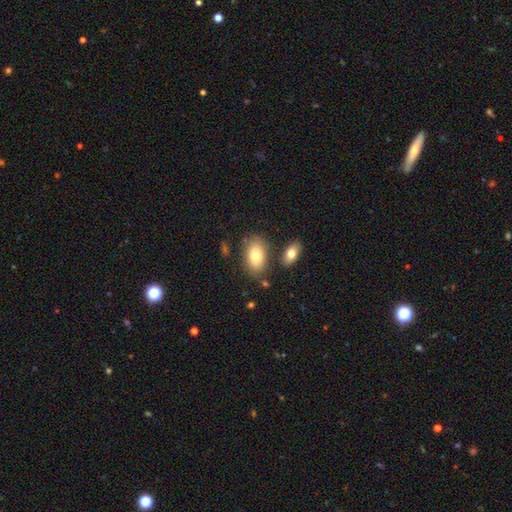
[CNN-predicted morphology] smooth 79%, featured or disk 14%, star or artifact 7%. Down the decision tree: how rounded — in between (92%); merging — none (75%).